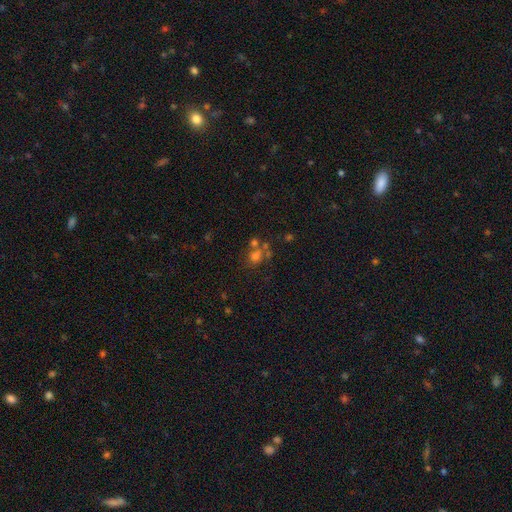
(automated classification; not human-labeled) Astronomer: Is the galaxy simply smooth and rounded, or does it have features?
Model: smooth — 59%.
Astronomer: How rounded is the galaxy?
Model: round — 72%.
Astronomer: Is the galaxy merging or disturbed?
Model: none — 48% (runner-up: merger, 35%).